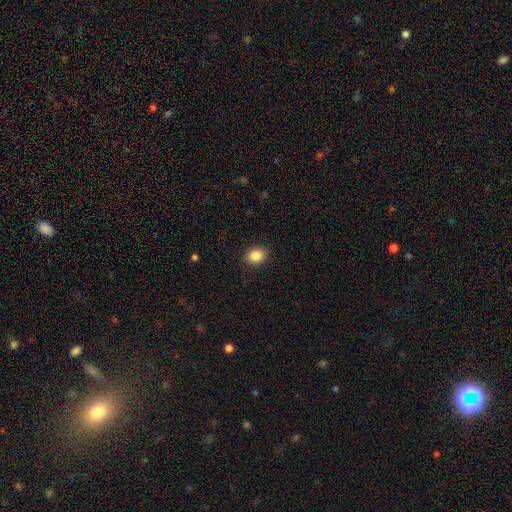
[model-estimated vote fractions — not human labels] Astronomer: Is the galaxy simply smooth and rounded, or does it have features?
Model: smooth — 87%.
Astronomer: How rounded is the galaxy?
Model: round — 60% (runner-up: in between, 39%).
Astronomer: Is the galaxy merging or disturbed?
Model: none — 90%.